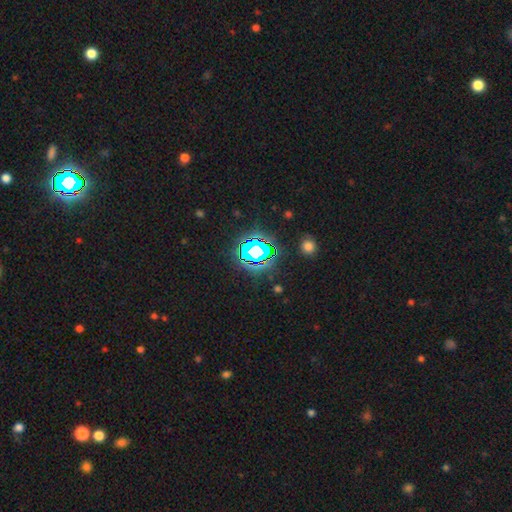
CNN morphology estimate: A star or artifact, not a galaxy (73%).

Vote fractions:
- Smooth or featured? star or artifact: 73% / smooth: 16% / featured or disk: 11%